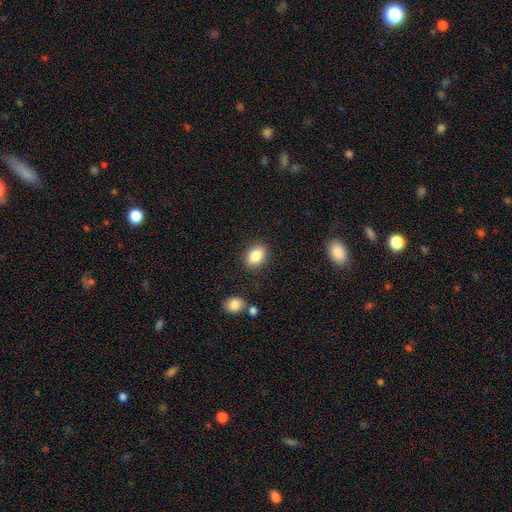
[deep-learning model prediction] Smooth or featured? Predicted: smooth (p=0.84). How rounded? Predicted: in between (p=0.75). Merging? Predicted: none (p=0.86).